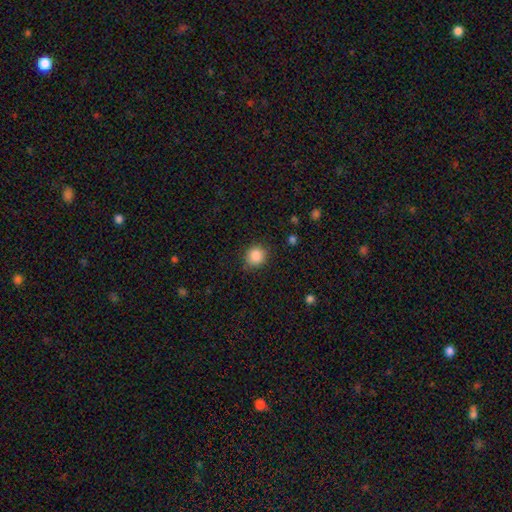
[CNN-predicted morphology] A smooth galaxy with no disk features (87%) that is round (83%).

Vote fractions:
- Smooth or featured? smooth: 87% / star or artifact: 9% / featured or disk: 4%
- How rounded? round: 83% / in between: 16% / cigar-shaped: 1%
- Merging? none: 86% / minor disturbance: 10% / major disturbance: 3% / merger: 1%